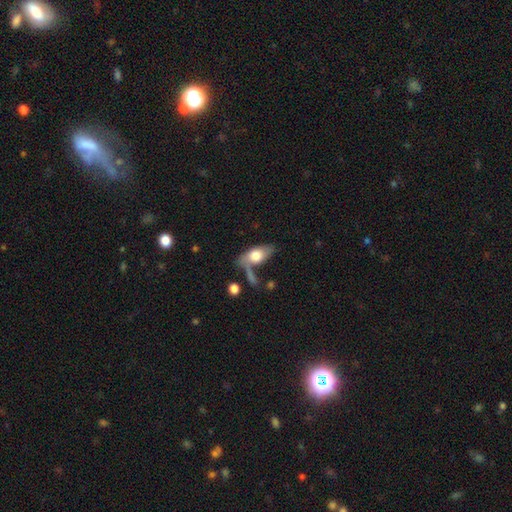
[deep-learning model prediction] A smooth galaxy with no disk features (65%) that is in between round and cigar-shaped (86%).

Vote fractions:
- Smooth or featured? smooth: 65% / featured or disk: 29% / star or artifact: 6%
- How rounded? in between: 86% / cigar-shaped: 9% / round: 5%
- Merging? none: 45% / merger: 21% / minor disturbance: 20% / major disturbance: 13%